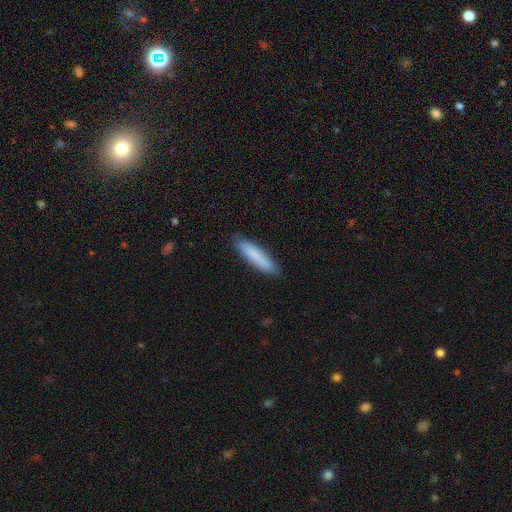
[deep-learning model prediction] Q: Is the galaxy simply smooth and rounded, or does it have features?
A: smooth — 83%.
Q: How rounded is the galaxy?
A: cigar-shaped — 81%.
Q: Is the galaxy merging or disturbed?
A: none — 88%.